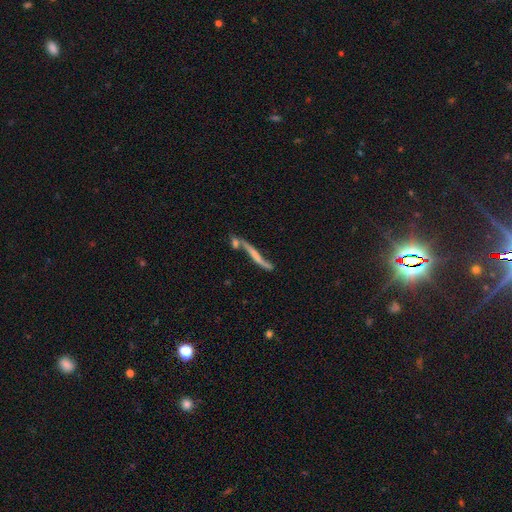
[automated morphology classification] This appears to be a featured or disk galaxy (56%) viewed edge-on (77%). Merging: none (45%).